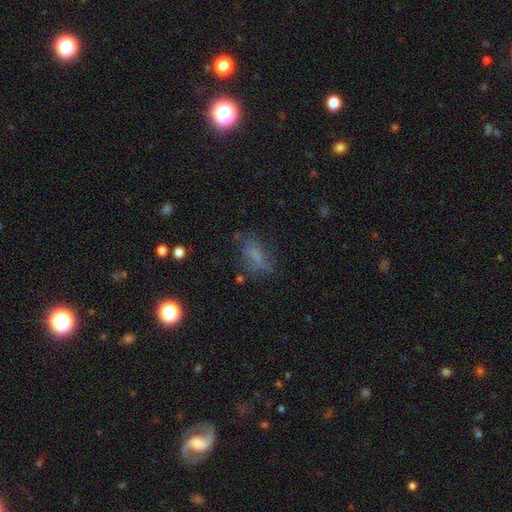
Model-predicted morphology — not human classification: smooth 58%, featured or disk 24%, star or artifact 18%. Down the decision tree: how rounded — in between (76%); merging — none (58%).